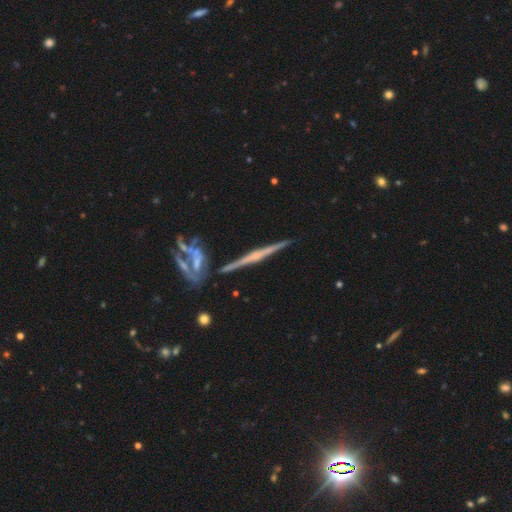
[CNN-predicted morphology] Q: Smooth or featured?
A: featured or disk (77%); runner-up: smooth (15%)
Q: Edge-on disk?
A: yes (96%); runner-up: no (4%)
Q: Edge-on bulge?
A: rounded (51%); runner-up: none (36%)
Q: Merging?
A: none (75%); runner-up: minor disturbance (11%)